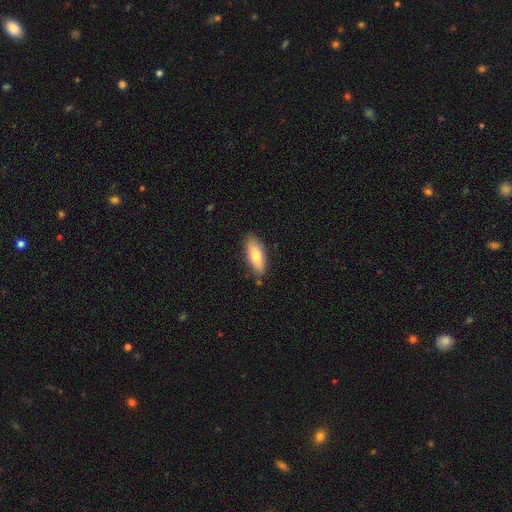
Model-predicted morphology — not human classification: Q: Smooth or featured?
A: smooth (79%); runner-up: featured or disk (15%)
Q: How rounded?
A: in between (73%); runner-up: cigar-shaped (25%)
Q: Merging?
A: none (83%); runner-up: minor disturbance (13%)